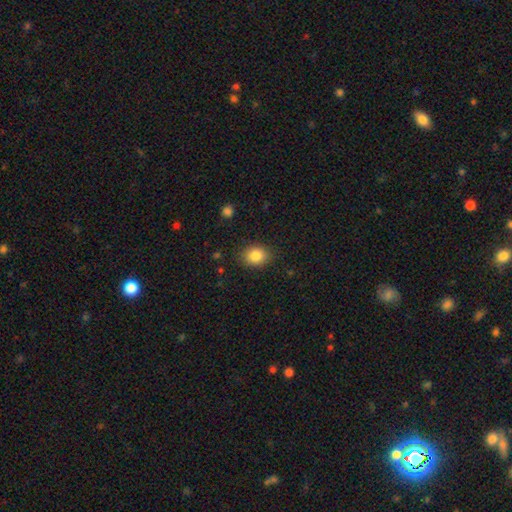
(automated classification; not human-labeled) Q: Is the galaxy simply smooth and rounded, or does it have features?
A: smooth — 85%.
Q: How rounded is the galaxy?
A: in between — 52%.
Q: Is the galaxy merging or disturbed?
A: none — 86%.